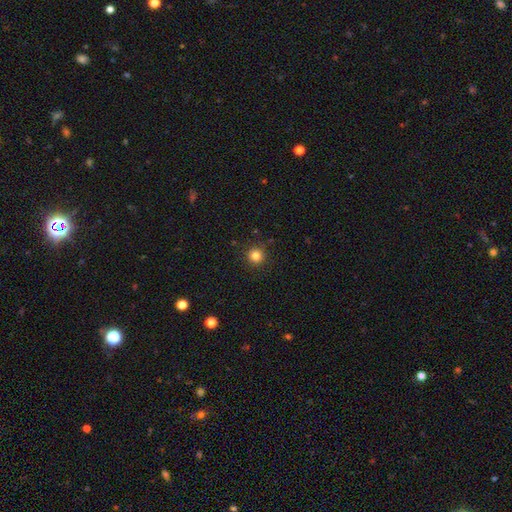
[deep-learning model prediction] This is clearly a smooth galaxy (82%). How rounded: clearly round (95%). Merging: clearly none (91%).